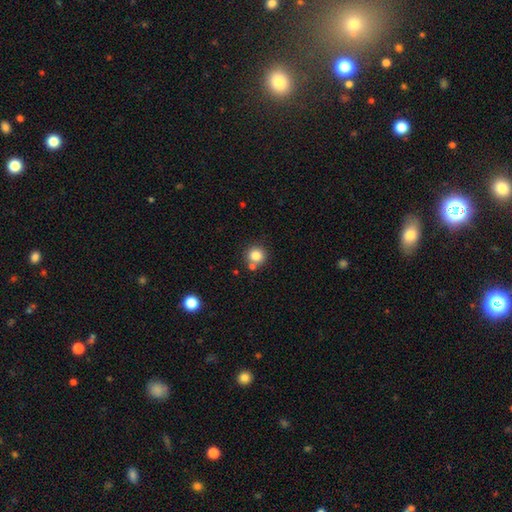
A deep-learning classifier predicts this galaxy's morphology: type=smooth (82%); roundness=round (93%); merging=none (72%).